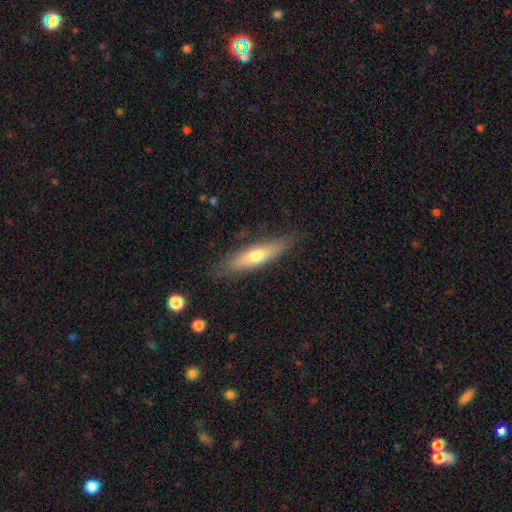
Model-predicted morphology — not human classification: Smooth or featured?
  - smooth: 59% *
  - featured or disk: 35%
  - star or artifact: 6%
How rounded?
  - cigar-shaped: 70% *
  - in between: 28%
  - round: 2%
Merging?
  - none: 83% *
  - minor disturbance: 13%
  - major disturbance: 3%
  - merger: 1%